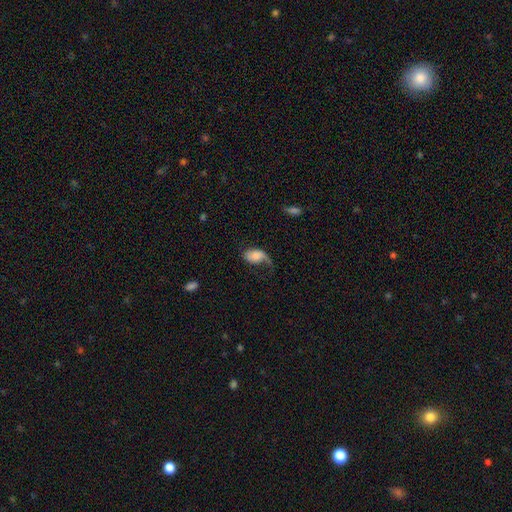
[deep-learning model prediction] Smooth or featured?
  - smooth: 56% *
  - featured or disk: 37%
  - star or artifact: 8%
How rounded?
  - in between: 86% *
  - round: 12%
  - cigar-shaped: 2%
Merging?
  - major disturbance: 41% *
  - none: 29%
  - minor disturbance: 27%
  - merger: 3%